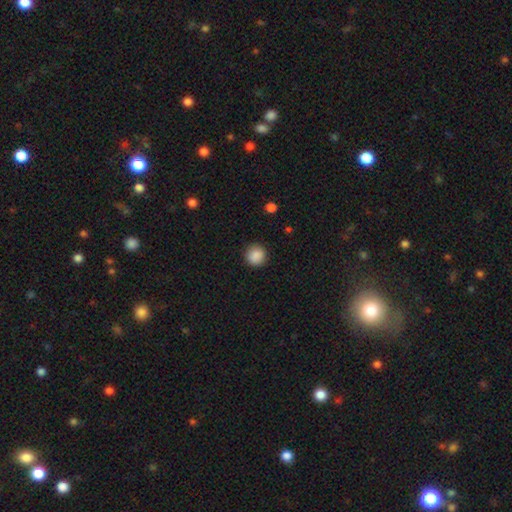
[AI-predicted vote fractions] This appears to be a smooth galaxy with no disk features (88%) that is round (93%). Merging: none (90%).